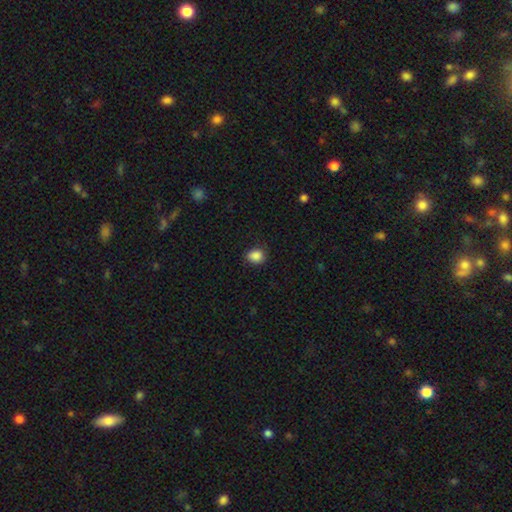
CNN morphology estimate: Q: Smooth or featured?
A: smooth (87%); runner-up: star or artifact (9%)
Q: How rounded?
A: round (56%); runner-up: in between (43%)
Q: Merging?
A: none (83%); runner-up: minor disturbance (13%)